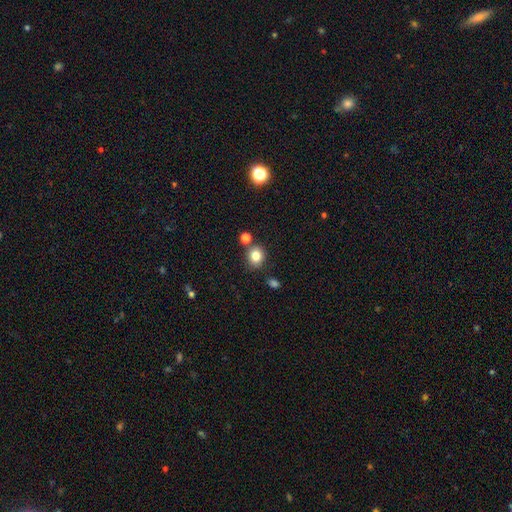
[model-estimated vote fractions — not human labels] This appears to be a smooth galaxy with no disk features (81%) that is round (78%). Merging: none (75%).